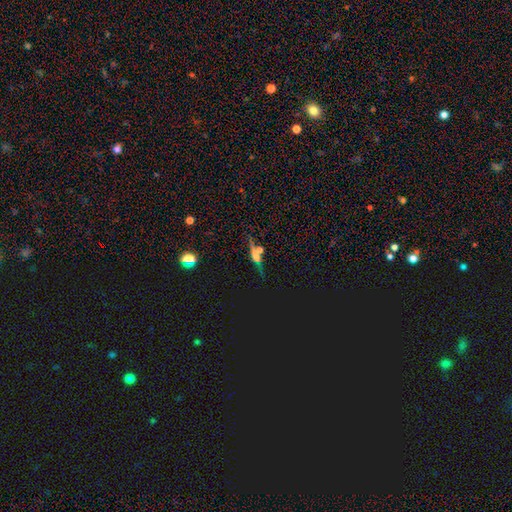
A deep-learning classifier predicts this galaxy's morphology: Overall: star or artifact (37%, tied with featured or disk).